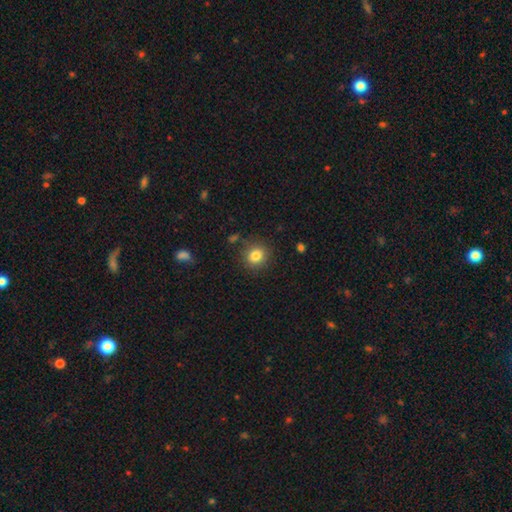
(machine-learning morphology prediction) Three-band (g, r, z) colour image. It shows a smooth galaxy with no disk features (83%) that is round (84%). Merging: none (85%).